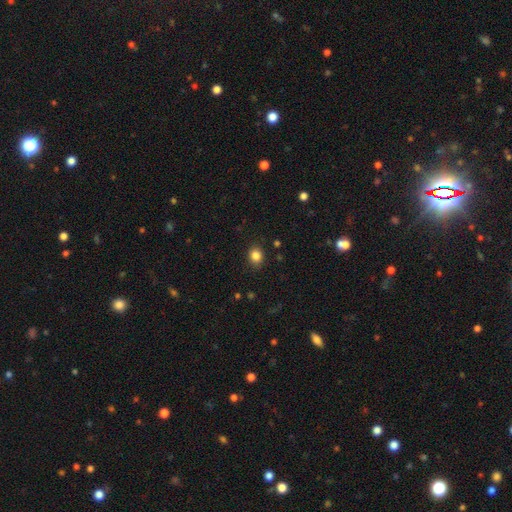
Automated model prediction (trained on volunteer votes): smooth 84%, star or artifact 11%, featured or disk 5%. Down the decision tree: how rounded — round (57%); merging — none (87%).